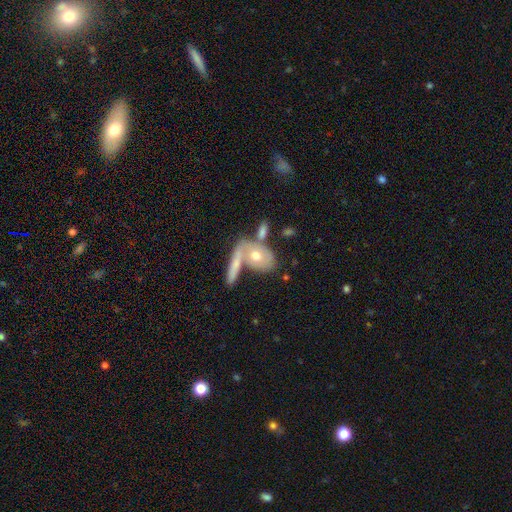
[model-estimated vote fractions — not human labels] smooth-or-featured: featured or disk: 47% | smooth: 46% | star or artifact: 8%
  merging: merger: 40% | none: 39% | minor disturbance: 13% | major disturbance: 8%